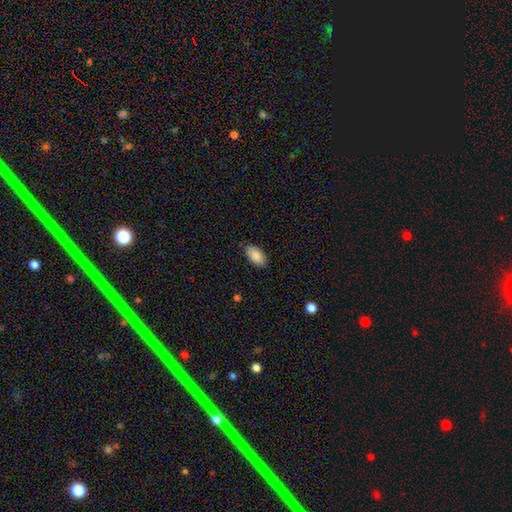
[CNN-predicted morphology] Overall: smooth (88%). How rounded: in between (94%). Merging: none (82%).